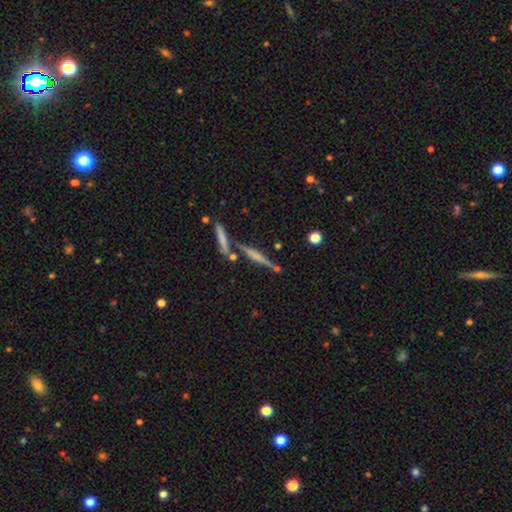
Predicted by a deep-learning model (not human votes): A featured or disk galaxy (59%) viewed edge-on (96%) with no central bulge (40%). Merging: none (71%).